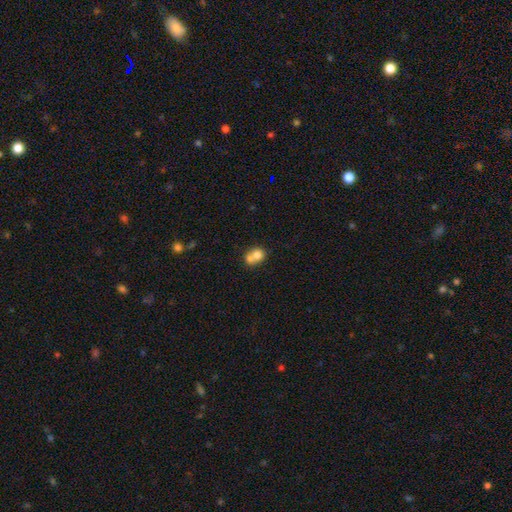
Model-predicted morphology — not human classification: smooth_or_featured: smooth (p=0.73) [alt: featured or disk p=0.17]
how_rounded: round (p=0.68) [alt: in between p=0.31]
merging: merger (p=0.62) [alt: none p=0.28]